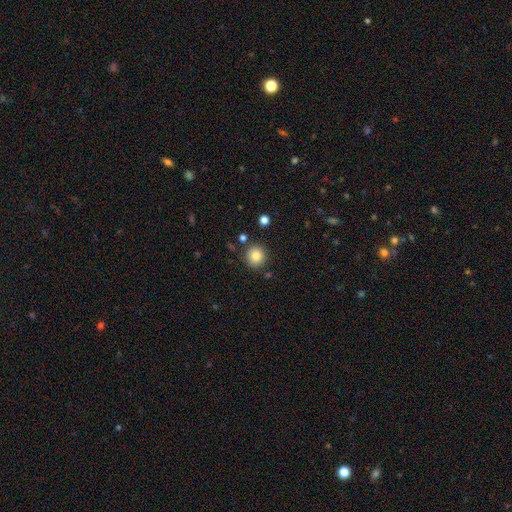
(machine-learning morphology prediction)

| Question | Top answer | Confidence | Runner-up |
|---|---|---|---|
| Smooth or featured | smooth | 83% | star or artifact (10%) |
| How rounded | round | 92% | in between (7%) |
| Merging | none | 87% | minor disturbance (7%) |